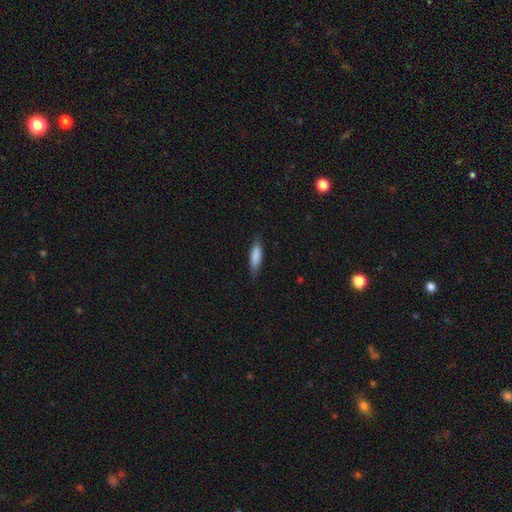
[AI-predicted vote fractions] Smooth or featured?
  - smooth: 80% *
  - featured or disk: 14%
  - star or artifact: 6%
How rounded?
  - cigar-shaped: 55% *
  - in between: 43%
  - round: 2%
Merging?
  - none: 80% *
  - minor disturbance: 16%
  - major disturbance: 3%
  - merger: 1%